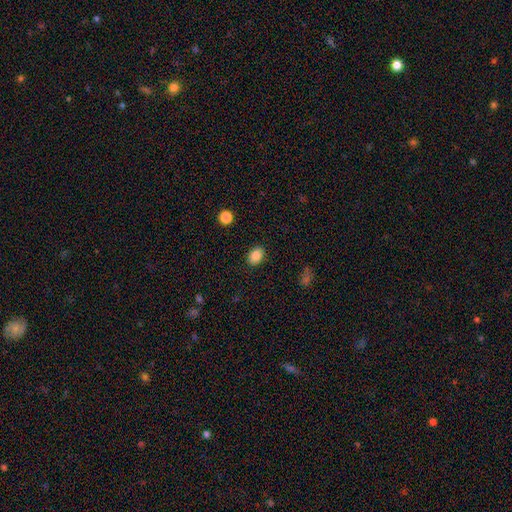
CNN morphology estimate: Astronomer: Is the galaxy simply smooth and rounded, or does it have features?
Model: smooth — 87%.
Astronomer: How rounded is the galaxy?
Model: in between — 77%.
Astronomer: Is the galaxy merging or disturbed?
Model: none — 88%.